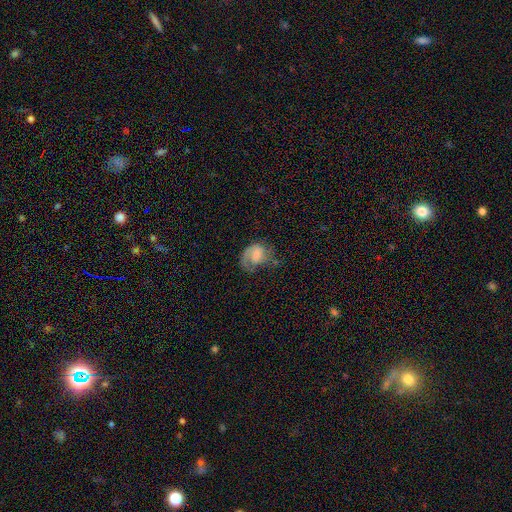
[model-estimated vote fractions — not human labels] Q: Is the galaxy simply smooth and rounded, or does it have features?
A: featured or disk — 62%.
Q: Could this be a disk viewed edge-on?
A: no — 98%.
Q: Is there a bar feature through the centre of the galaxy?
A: no — 50%.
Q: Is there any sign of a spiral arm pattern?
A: yes — 88%.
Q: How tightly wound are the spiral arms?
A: medium — 42%.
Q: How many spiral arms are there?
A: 1 — 60%.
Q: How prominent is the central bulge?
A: small — 35%.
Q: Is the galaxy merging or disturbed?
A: none — 41%.